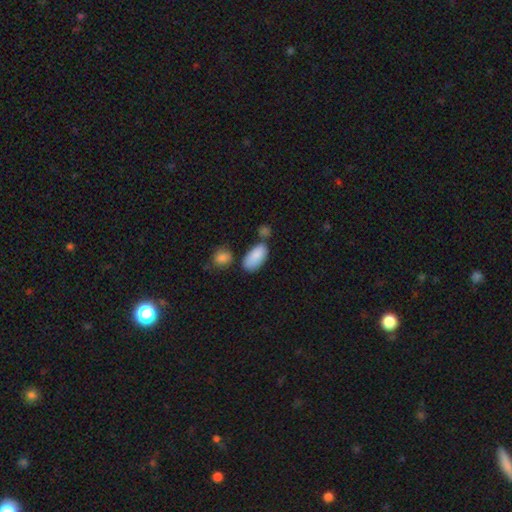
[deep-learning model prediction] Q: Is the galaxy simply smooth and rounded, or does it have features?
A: smooth — 87%.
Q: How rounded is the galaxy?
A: in between — 93%.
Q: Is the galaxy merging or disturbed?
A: none — 60%.